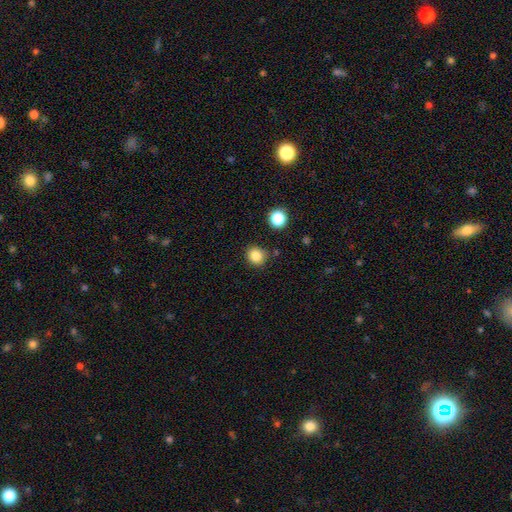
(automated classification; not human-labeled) Smooth or featured? Predicted: smooth (p=0.84). How rounded? Predicted: round (p=0.86). Merging? Predicted: none (p=0.85).